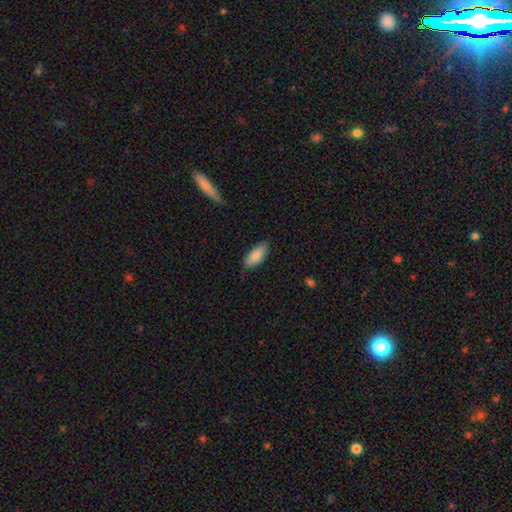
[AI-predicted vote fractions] Overall: smooth (86%). How rounded: in between (83%). Merging: none (79%).